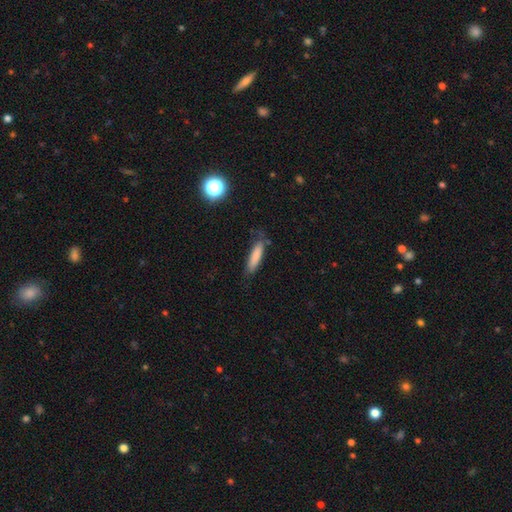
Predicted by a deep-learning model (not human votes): Smooth or featured?
  - smooth: 80% *
  - featured or disk: 13%
  - star or artifact: 7%
How rounded?
  - cigar-shaped: 76% *
  - in between: 22%
  - round: 2%
Merging?
  - none: 69% *
  - minor disturbance: 23%
  - major disturbance: 6%
  - merger: 2%